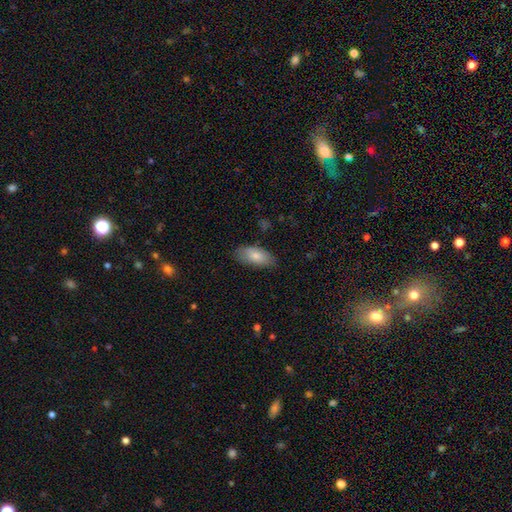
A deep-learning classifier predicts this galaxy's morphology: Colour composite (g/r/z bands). It shows a smooth galaxy with no disk features (80%) that is in between round and cigar-shaped (90%). Merging: none (82%).